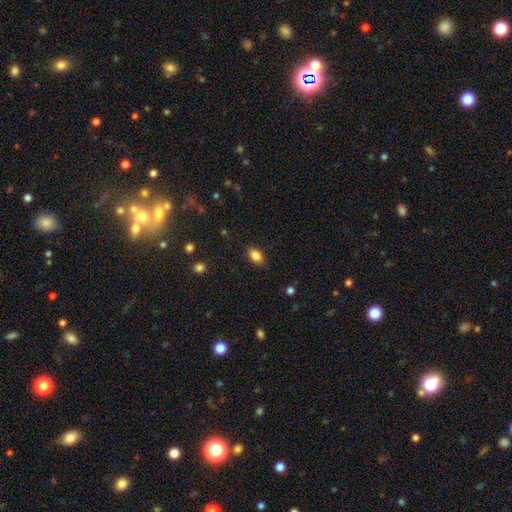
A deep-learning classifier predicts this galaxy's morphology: A smooth galaxy with no disk features (85%) that is in between round and cigar-shaped (84%). Merging: none (82%).